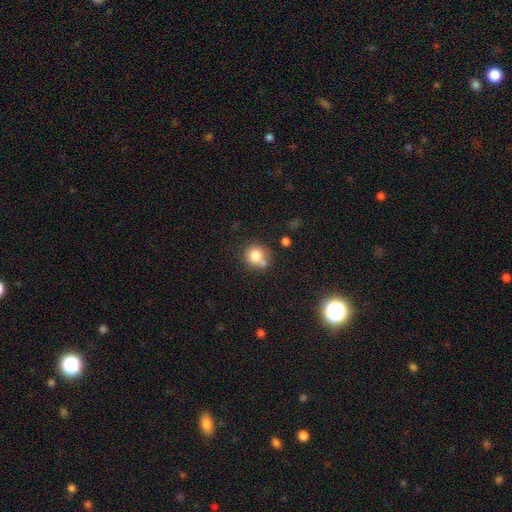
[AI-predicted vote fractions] Smooth or featured? smooth (80%)
How rounded? round (90%)
Merging? none (64%)